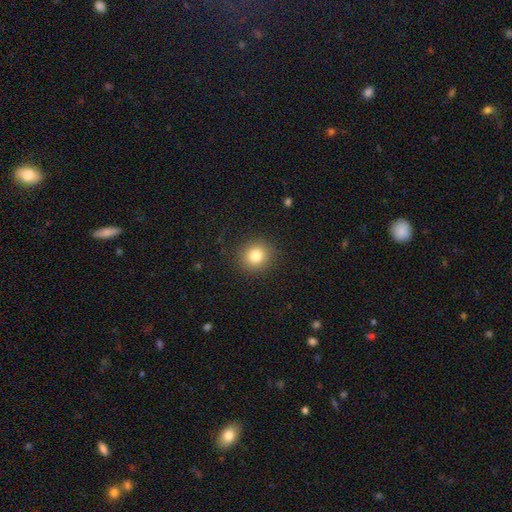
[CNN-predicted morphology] Smooth or featured: smooth — 82% (star or artifact — 11%)
How rounded: round — 87% (in between — 12%)
Merging: none — 90% (minor disturbance — 6%)